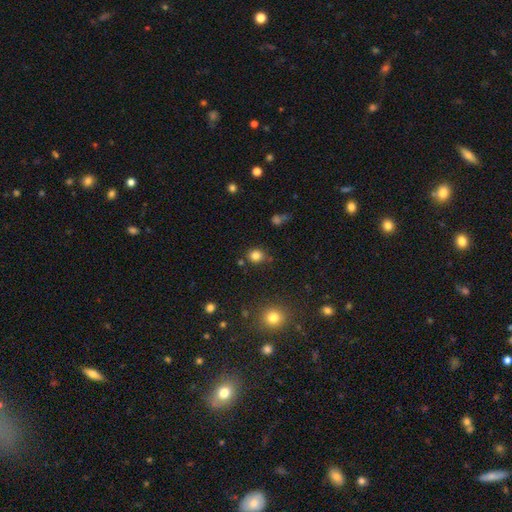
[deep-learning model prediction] A smooth galaxy with no disk features (82%) that is round (82%).

Vote fractions:
- Smooth or featured? smooth: 82% / star or artifact: 13% / featured or disk: 5%
- How rounded? round: 82% / in between: 17% / cigar-shaped: 1%
- Merging? none: 80% / minor disturbance: 12% / merger: 5% / major disturbance: 3%